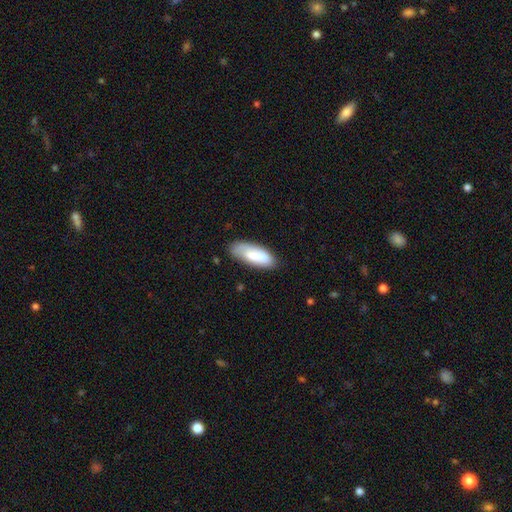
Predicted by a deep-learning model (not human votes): smooth-or-featured: smooth: 73% | featured or disk: 21% | star or artifact: 6%
  how-rounded: in between: 74% | cigar-shaped: 25% | round: 2%
  merging: none: 72% | minor disturbance: 21% | major disturbance: 5% | merger: 2%